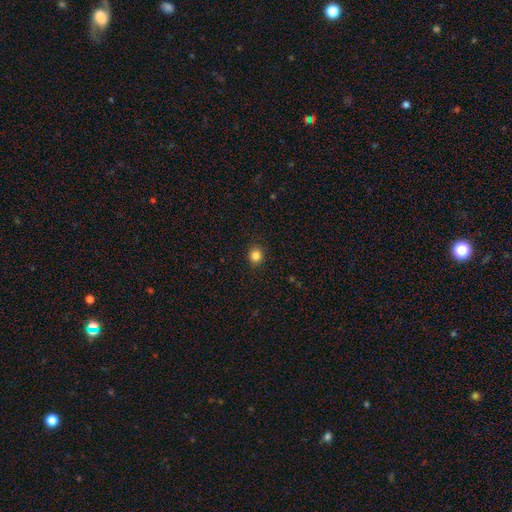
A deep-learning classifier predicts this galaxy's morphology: Q: Smooth or featured?
A: smooth (84%); runner-up: star or artifact (12%)
Q: How rounded?
A: round (85%); runner-up: in between (15%)
Q: Merging?
A: none (90%); runner-up: minor disturbance (7%)